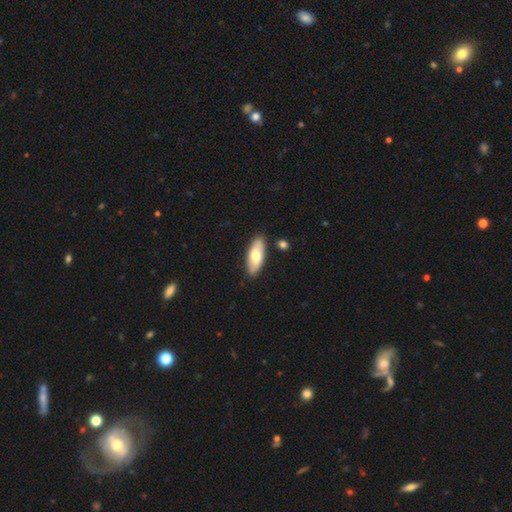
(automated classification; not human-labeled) A smooth galaxy with no disk features (69%) that is in between round and cigar-shaped (79%). Merging: none (85%).